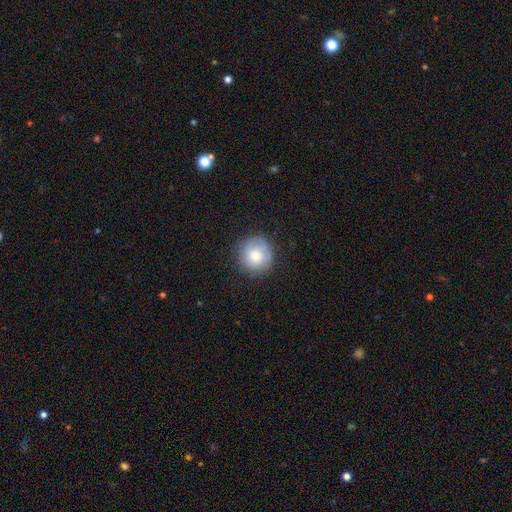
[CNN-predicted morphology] This is likely a smooth galaxy (74%). How rounded: clearly round (93%). Merging: clearly none (81%).